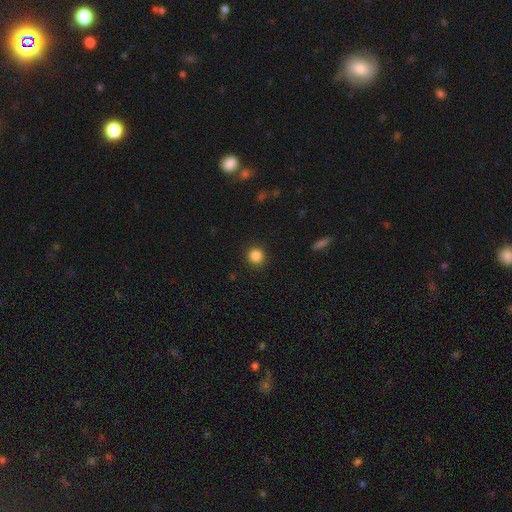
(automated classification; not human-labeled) smooth-or-featured: smooth: 86% | star or artifact: 11% | featured or disk: 3%
  how-rounded: round: 93% | in between: 6% | cigar-shaped: 1%
  merging: none: 91% | minor disturbance: 6% | major disturbance: 2% | merger: 1%